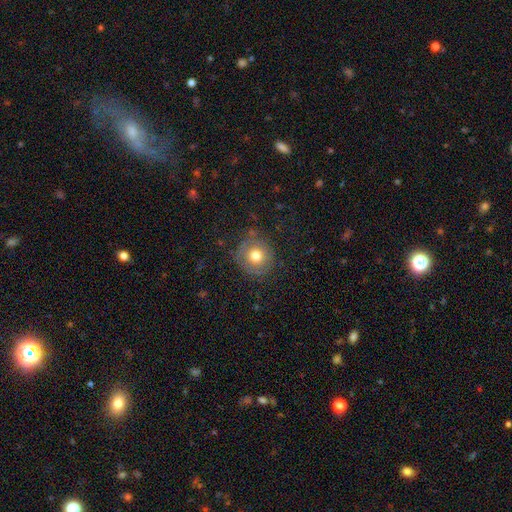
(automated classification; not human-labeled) smooth 68%, featured or disk 20%, star or artifact 11%. Down the decision tree: how rounded — round (91%); merging — none (76%).